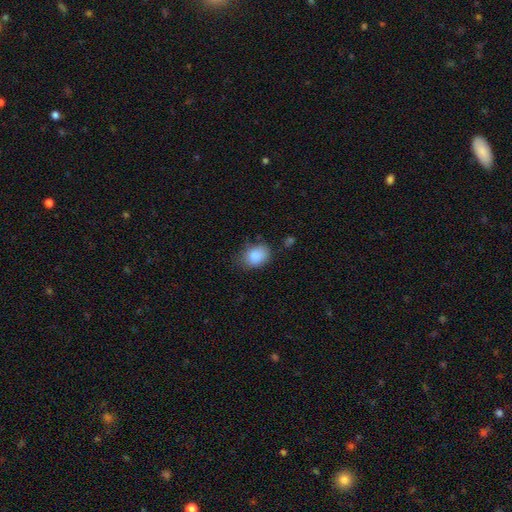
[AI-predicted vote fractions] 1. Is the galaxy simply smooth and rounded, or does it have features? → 87% smooth, 8% star or artifact, 5% featured or disk.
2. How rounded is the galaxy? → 71% in between, 28% round, 1% cigar-shaped.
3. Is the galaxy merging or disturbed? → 64% none, 26% minor disturbance, 7% major disturbance, 3% merger.